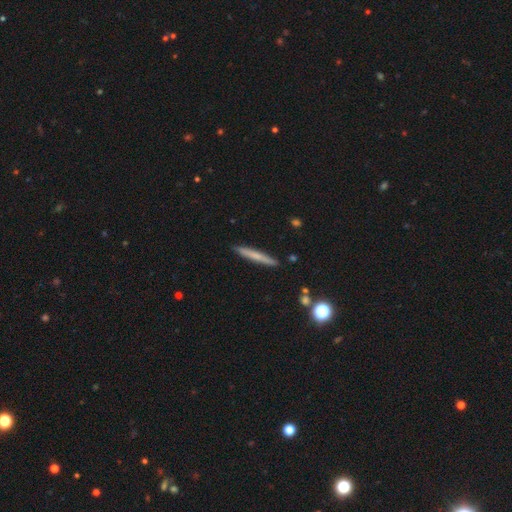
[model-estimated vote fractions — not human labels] Q: Smooth or featured?
A: smooth (60%); runner-up: featured or disk (33%)
Q: How rounded?
A: cigar-shaped (96%); runner-up: in between (3%)
Q: Merging?
A: none (91%); runner-up: minor disturbance (6%)